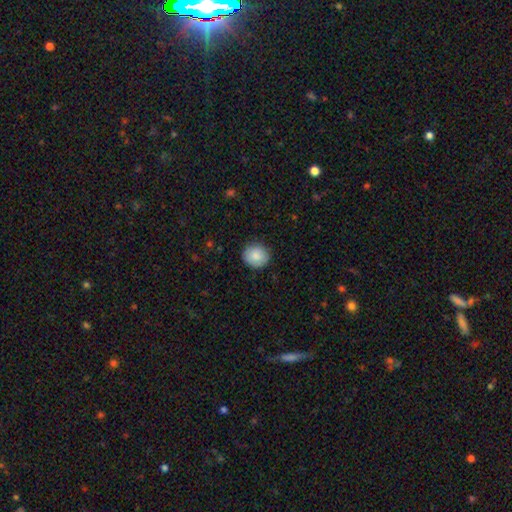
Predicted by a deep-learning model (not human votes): Smooth or featured? Predicted: smooth (p=0.86). How rounded? Predicted: round (p=0.86). Merging? Predicted: none (p=0.86).